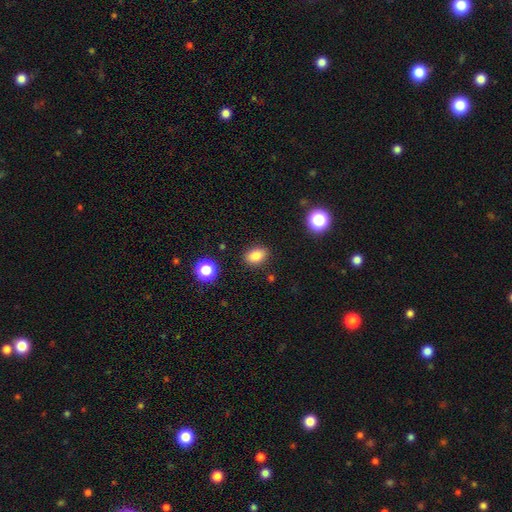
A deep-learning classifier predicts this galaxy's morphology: Smooth or featured?
  - smooth: 82% *
  - star or artifact: 12%
  - featured or disk: 6%
How rounded?
  - in between: 76% *
  - round: 23%
  - cigar-shaped: 2%
Merging?
  - none: 86% *
  - minor disturbance: 10%
  - major disturbance: 3%
  - merger: 2%